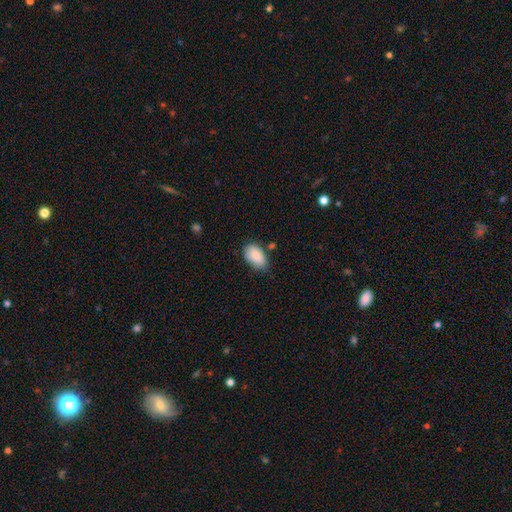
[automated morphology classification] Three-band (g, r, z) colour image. It shows a smooth galaxy with no disk features (87%) that is in between round and cigar-shaped (93%). Merging: none (68%).